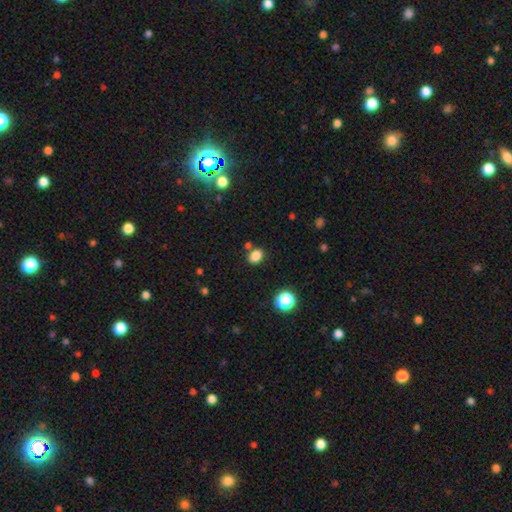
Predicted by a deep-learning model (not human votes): Smooth or featured? smooth (84%)
How rounded? in between (66%)
Merging? none (77%)